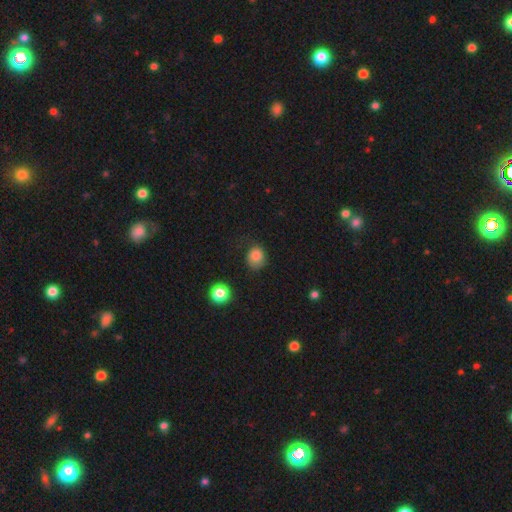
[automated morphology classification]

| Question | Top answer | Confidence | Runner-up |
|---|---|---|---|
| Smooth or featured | smooth | 83% | star or artifact (11%) |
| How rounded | round | 70% | in between (29%) |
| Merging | none | 62% | minor disturbance (26%) |